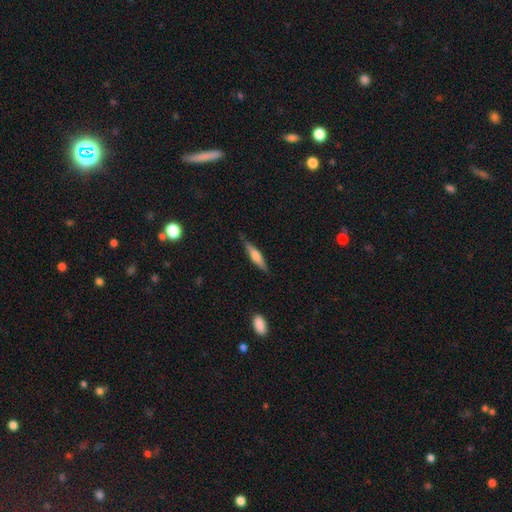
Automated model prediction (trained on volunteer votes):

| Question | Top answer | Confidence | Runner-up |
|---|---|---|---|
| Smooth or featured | smooth | 60% | featured or disk (34%) |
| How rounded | cigar-shaped | 79% | in between (20%) |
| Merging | none | 81% | minor disturbance (15%) |